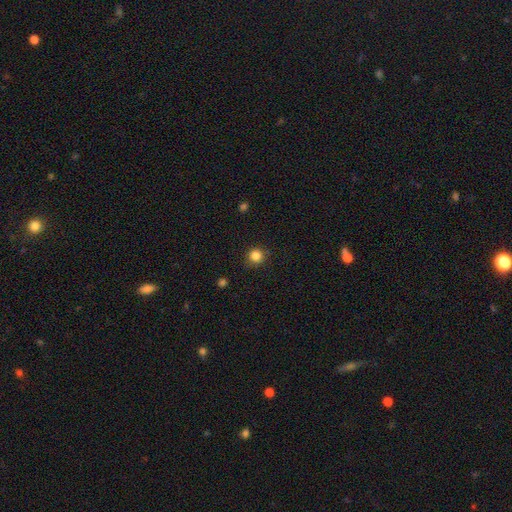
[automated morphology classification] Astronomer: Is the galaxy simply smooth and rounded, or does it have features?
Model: smooth — 85%.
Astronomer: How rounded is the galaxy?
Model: round — 93%.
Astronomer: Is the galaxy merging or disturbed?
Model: none — 87%.